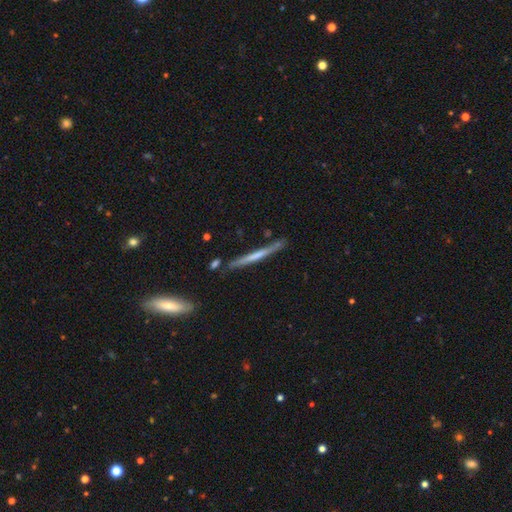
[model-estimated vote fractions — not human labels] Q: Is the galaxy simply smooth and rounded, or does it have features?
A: featured or disk — 54%.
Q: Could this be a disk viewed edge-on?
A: yes — 95%.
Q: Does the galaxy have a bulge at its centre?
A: none — 75%.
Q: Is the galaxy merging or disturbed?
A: none — 78%.